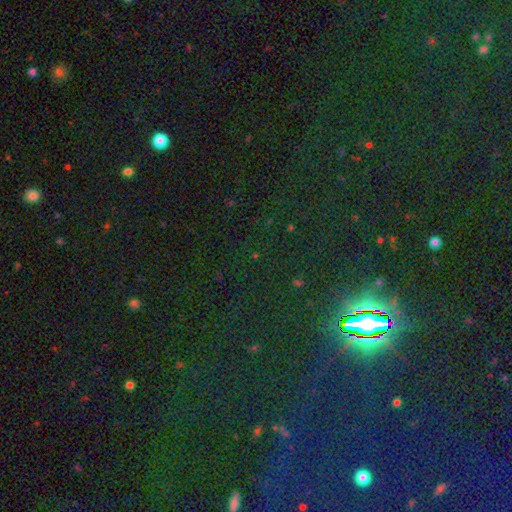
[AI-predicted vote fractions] star or artifact 76%, smooth 16%, featured or disk 8%.